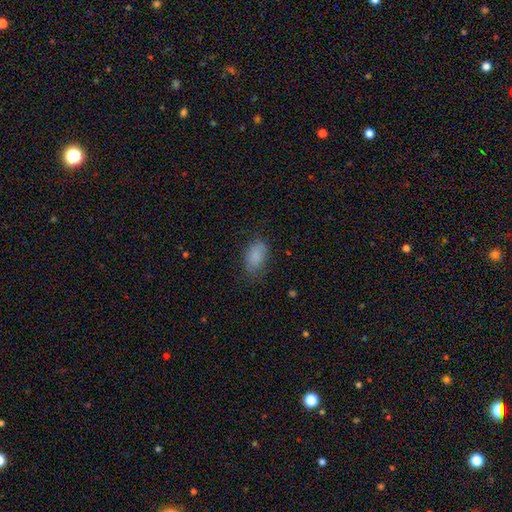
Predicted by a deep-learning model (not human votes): smooth-or-featured: smooth: 85% | star or artifact: 9% | featured or disk: 6%
  how-rounded: in between: 91% | round: 7% | cigar-shaped: 2%
  merging: none: 71% | minor disturbance: 21% | major disturbance: 7% | merger: 1%